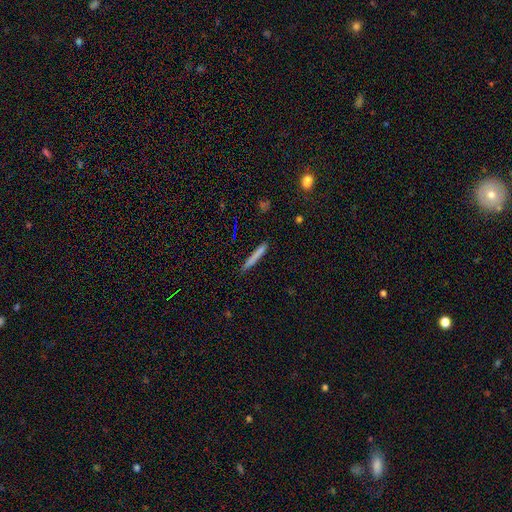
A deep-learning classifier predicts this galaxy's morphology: Smooth or featured: smooth — 75% (featured or disk — 18%)
How rounded: cigar-shaped — 96% (in between — 2%)
Merging: none — 89% (minor disturbance — 8%)